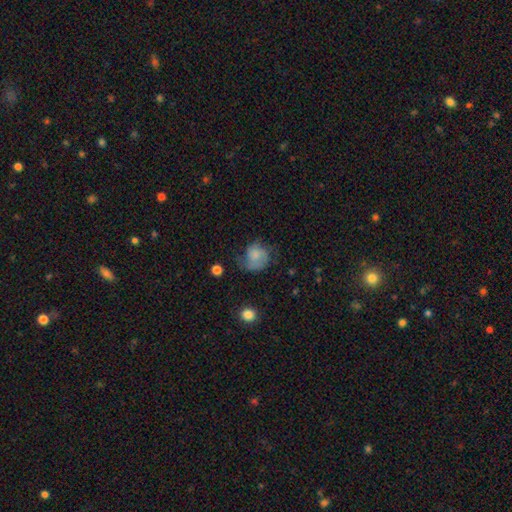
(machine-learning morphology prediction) Smooth or featured?
  - smooth: 56% *
  - featured or disk: 36%
  - star or artifact: 9%
How rounded?
  - round: 71% *
  - in between: 28%
  - cigar-shaped: 1%
Merging?
  - none: 42% *
  - minor disturbance: 31%
  - major disturbance: 25%
  - merger: 2%